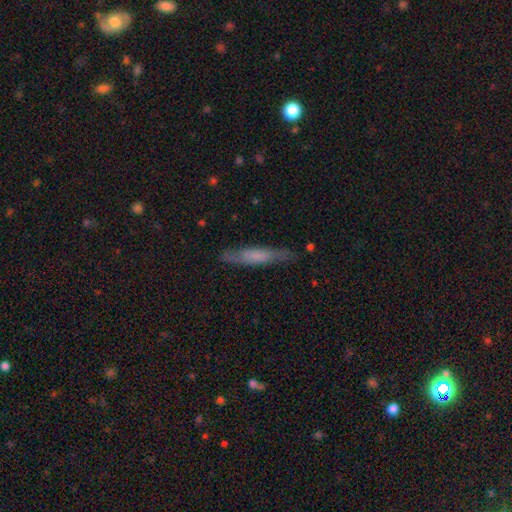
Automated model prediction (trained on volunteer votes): Smooth or featured? Predicted: smooth (p=0.50). How rounded? Predicted: cigar-shaped (p=0.88). Merging? Predicted: none (p=0.78).